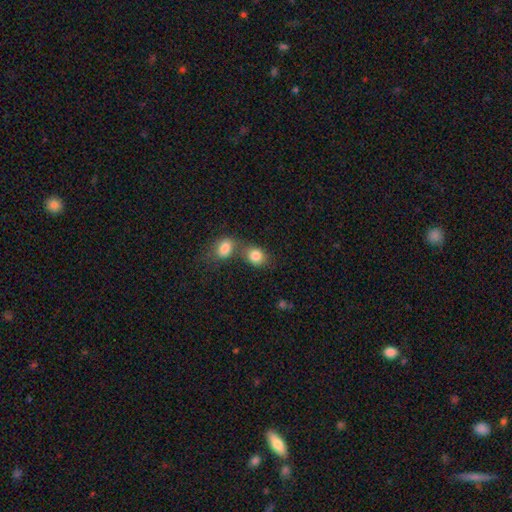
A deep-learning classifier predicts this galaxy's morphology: This is clearly a smooth galaxy (84%). How rounded: possibly round (55%). Merging: possibly merger (46%).